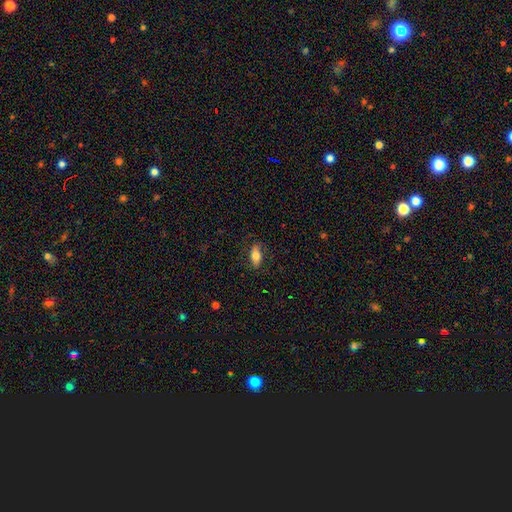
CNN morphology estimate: type=smooth (73%); roundness=in between (86%); merging=none (80%).